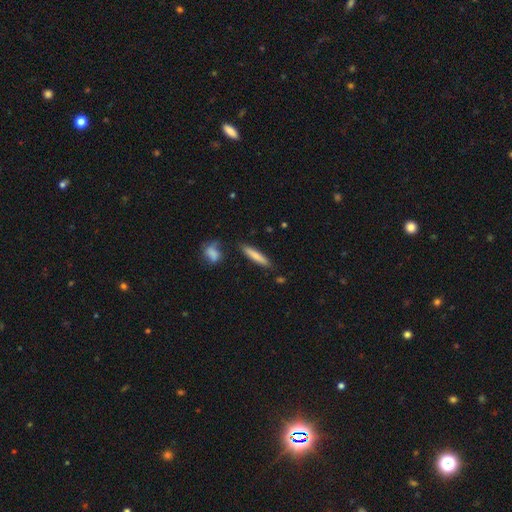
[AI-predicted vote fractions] smooth-or-featured: smooth: 77% | featured or disk: 17% | star or artifact: 6%
  how-rounded: cigar-shaped: 89% | in between: 9% | round: 2%
  merging: none: 84% | minor disturbance: 10% | merger: 4% | major disturbance: 2%